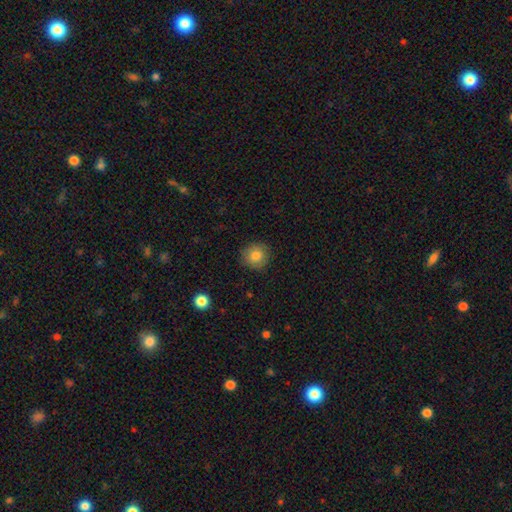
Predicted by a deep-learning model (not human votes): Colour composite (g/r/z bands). It shows a smooth galaxy with no disk features (82%) that is round (92%). Merging: none (89%).